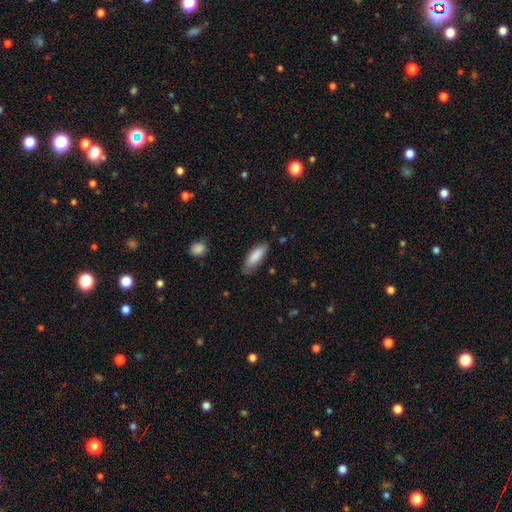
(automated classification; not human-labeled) smooth_or_featured: smooth (p=0.85) [alt: featured or disk p=0.09]
how_rounded: in between (p=0.64) [alt: cigar-shaped p=0.34]
merging: none (p=0.75) [alt: minor disturbance p=0.19]